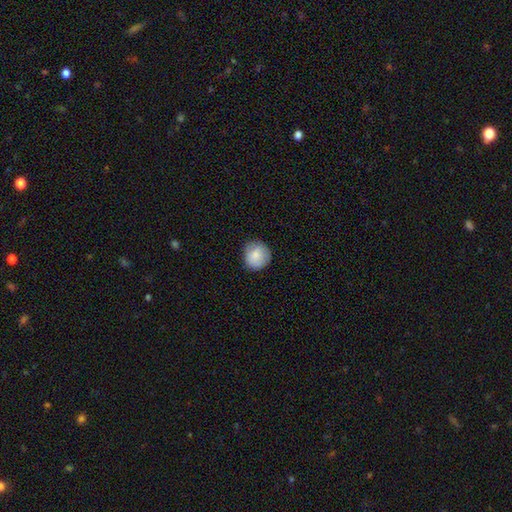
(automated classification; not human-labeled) This is clearly a smooth galaxy (81%). How rounded: clearly round (90%). Merging: clearly none (81%).